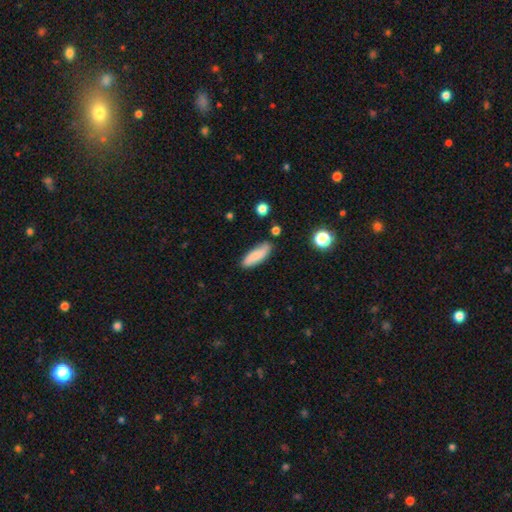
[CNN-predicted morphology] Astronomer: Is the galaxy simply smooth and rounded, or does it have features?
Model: smooth — 80%.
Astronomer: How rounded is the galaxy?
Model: in between — 56% (runner-up: cigar-shaped, 42%).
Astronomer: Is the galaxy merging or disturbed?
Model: none — 78%.